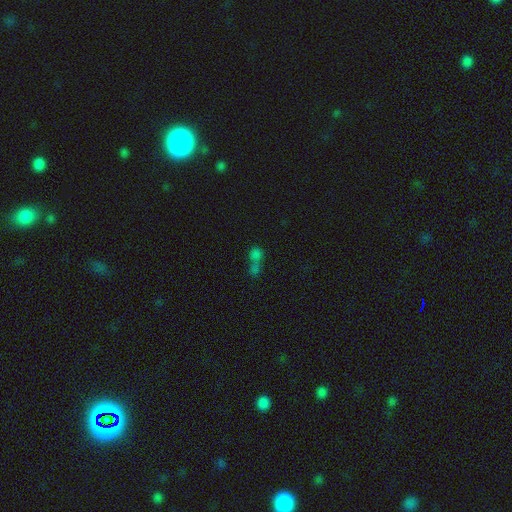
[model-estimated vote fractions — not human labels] Smooth or featured? Predicted: smooth (p=0.68). How rounded? Predicted: round (p=0.64). Merging? Predicted: merger (p=0.65).